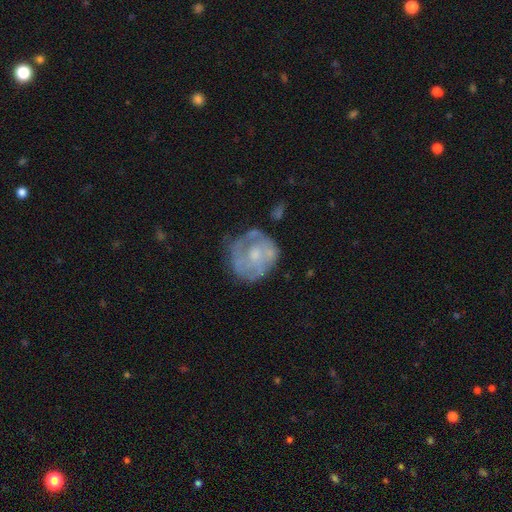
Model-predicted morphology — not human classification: Smooth or featured? featured or disk (62%)
Edge-on disk? no (98%)
Bar? no (81%)
Spiral arms? no (54%)
Bulge size? moderate (45%)
Merging? none (61%)